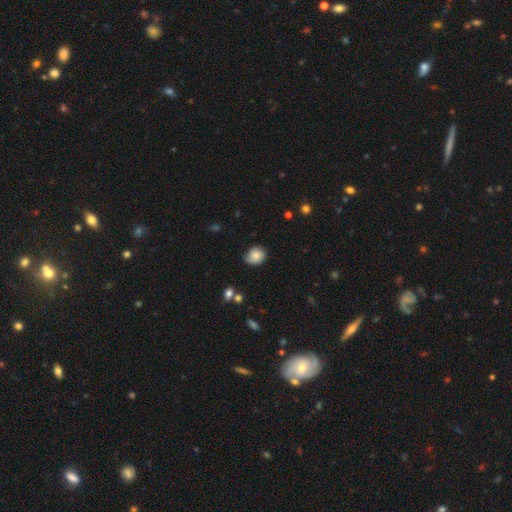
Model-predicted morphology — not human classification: smooth_or_featured: smooth (p=0.76) [alt: featured or disk p=0.16]
how_rounded: round (p=0.71) [alt: in between p=0.29]
merging: none (p=0.61) [alt: minor disturbance p=0.30]